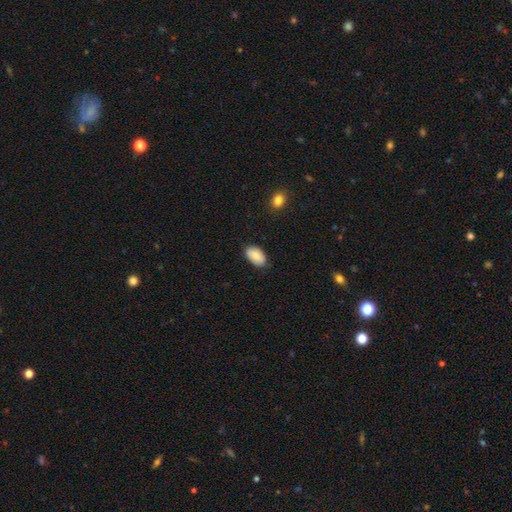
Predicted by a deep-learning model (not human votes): The model was most divided on "smooth or featured": smooth: 77%, featured or disk: 16%, star or artifact: 7%. More confident: how rounded — in between (94%); merging — none (80%).